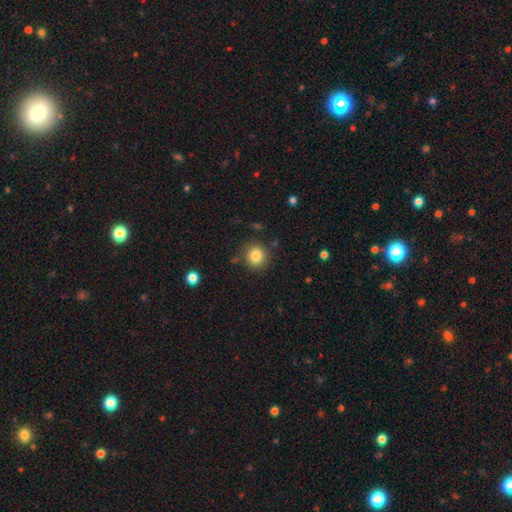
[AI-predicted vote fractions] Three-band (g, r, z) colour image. It shows a smooth galaxy with no disk features (83%) that is round (90%). Merging: none (84%).